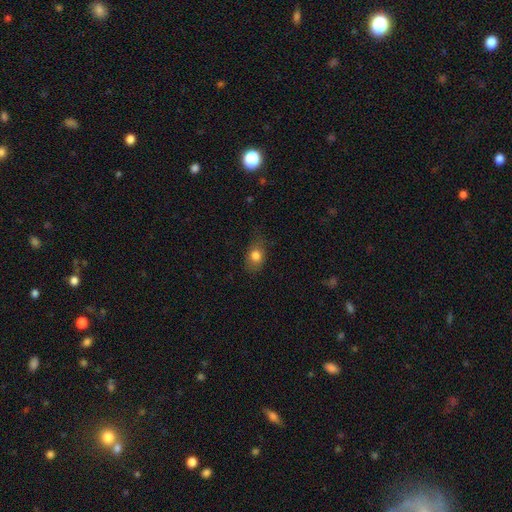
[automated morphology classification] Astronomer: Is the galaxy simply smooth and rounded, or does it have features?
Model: smooth — 79%.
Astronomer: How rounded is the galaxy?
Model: in between — 69%.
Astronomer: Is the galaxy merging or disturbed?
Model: none — 69%.